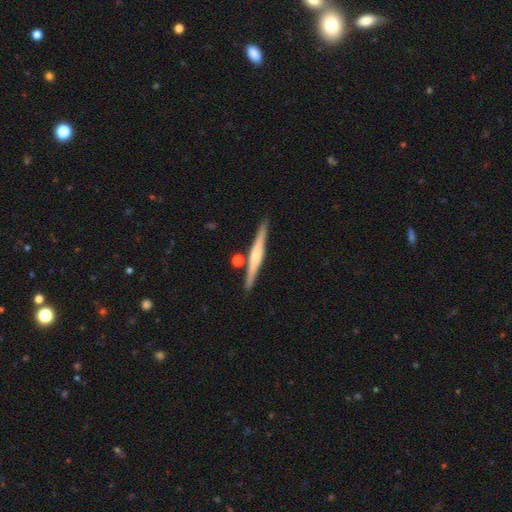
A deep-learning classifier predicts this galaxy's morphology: Overall: featured or disk (66%; smooth 28%). Edge-on disk: yes (97%). Edge-on bulge: rounded (65%). Merging: none (84%).